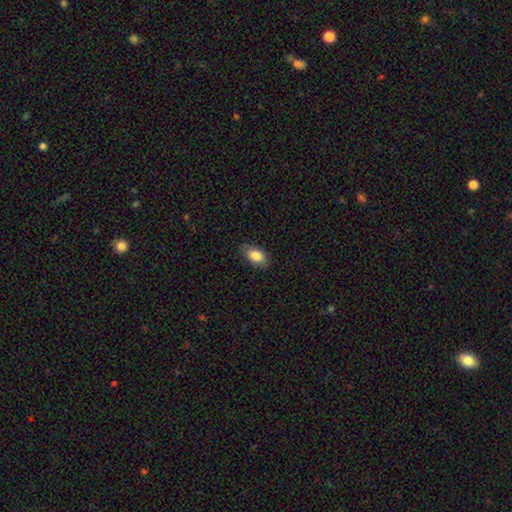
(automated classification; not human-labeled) The model was most divided on "merging": none: 82%, minor disturbance: 14%, major disturbance: 3%, merger: 1%. More confident: how rounded — in between (91%); smooth or featured — smooth (83%).